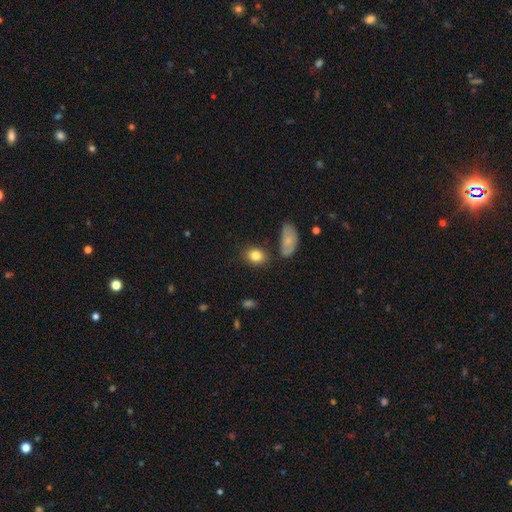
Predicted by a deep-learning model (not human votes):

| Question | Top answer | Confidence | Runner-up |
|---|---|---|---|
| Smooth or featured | smooth | 83% | star or artifact (9%) |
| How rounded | in between | 58% | round (40%) |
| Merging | none | 77% | minor disturbance (13%) |